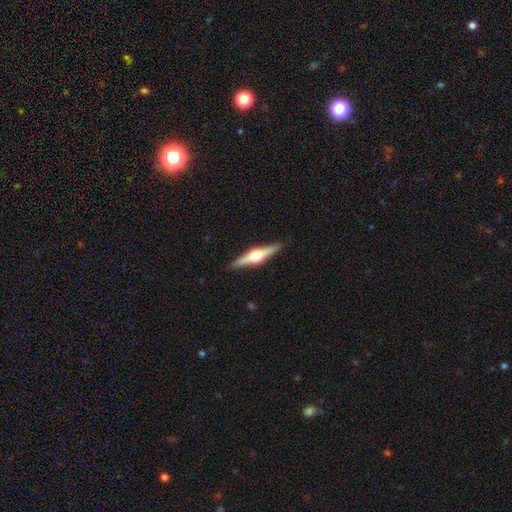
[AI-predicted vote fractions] A featured or disk galaxy (72%) viewed edge-on (98%) with a rounded central bulge (94%). Merging: none (91%).